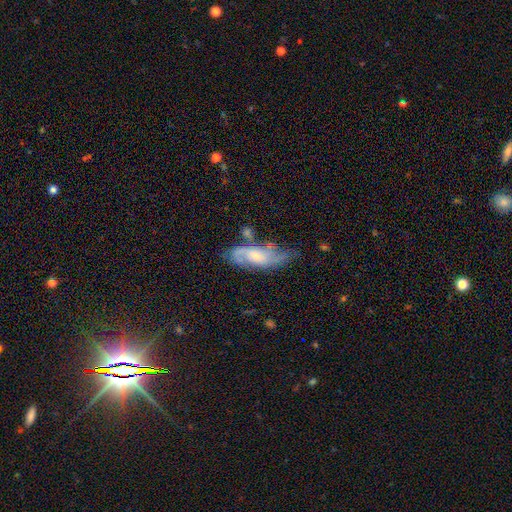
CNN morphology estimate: This is likely a featured or disk galaxy (70%). It is clearly not viewed edge-on (89%). Bar: possibly no (59%). Spiral arm pattern: clearly yes (89%). Spiral arm count: likely 2 (61%). Spiral winding: possibly medium (46%). Central bulge: possibly small (51%). Merging: possibly none (50%).